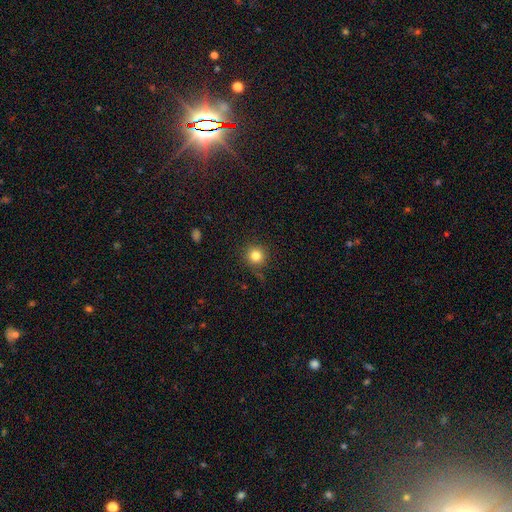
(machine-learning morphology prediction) The model was most divided on "smooth or featured": smooth: 82%, star or artifact: 12%, featured or disk: 6%. More confident: how rounded — round (94%); merging — none (87%).